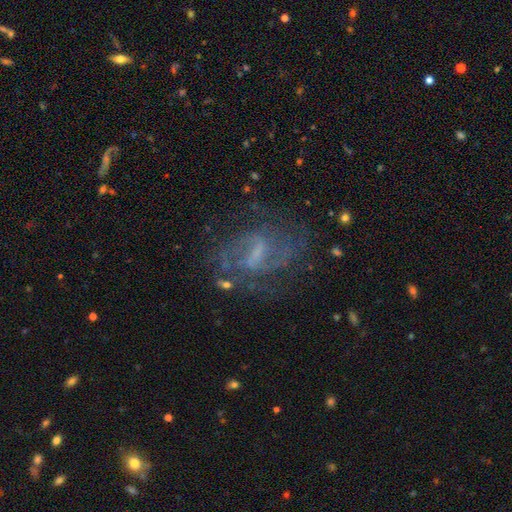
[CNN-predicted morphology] Overall: featured or disk (78%). Edge-on disk: no (96%). Bar: weak (51%; strong 34%). Spiral arms: yes (90%). Spiral arm count: 2 (65%). Spiral winding: medium (48%; loose 26%). Bulge size: none (38%; small 37%). Merging: none (68%).